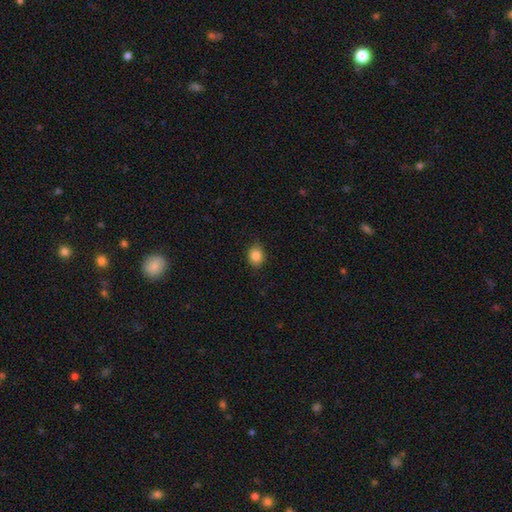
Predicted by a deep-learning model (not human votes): This appears to be a smooth galaxy with no disk features (85%) that is round (58%). Merging: none (85%).